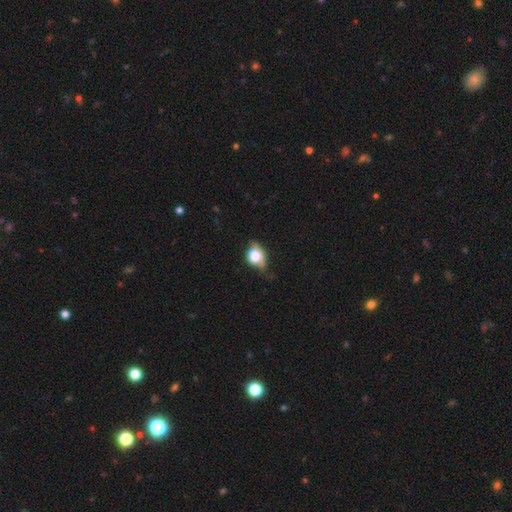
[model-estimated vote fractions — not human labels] The model was most divided on "merging": none: 46%, minor disturbance: 39%, major disturbance: 12%, merger: 3%. More confident: smooth or featured — smooth (67%); how rounded — in between (54%).